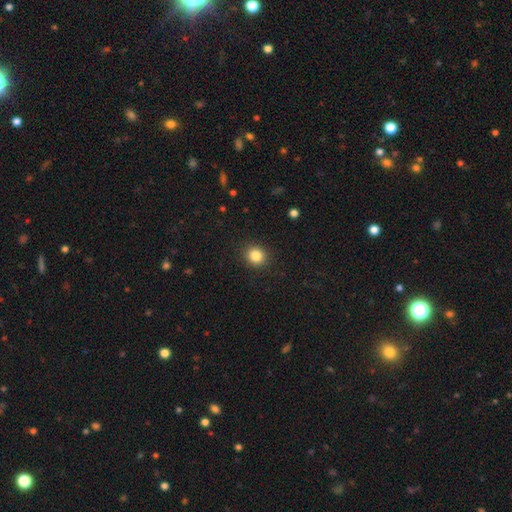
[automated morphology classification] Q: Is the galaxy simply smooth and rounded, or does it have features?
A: smooth — 84%.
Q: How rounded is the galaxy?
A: round — 84%.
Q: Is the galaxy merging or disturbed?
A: none — 91%.